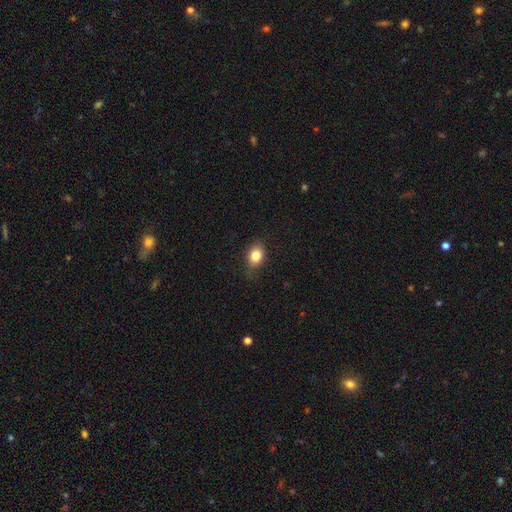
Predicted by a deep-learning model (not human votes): A smooth galaxy with no disk features (83%) that is in between round and cigar-shaped (71%). Merging: none (78%).